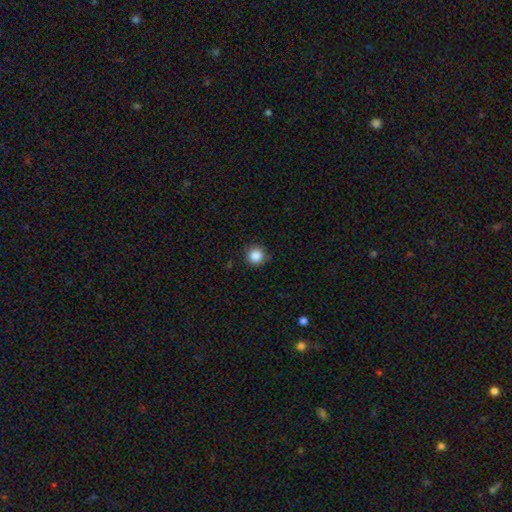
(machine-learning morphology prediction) smooth 87%, star or artifact 10%, featured or disk 3%. Down the decision tree: how rounded — round (95%); merging — none (86%).